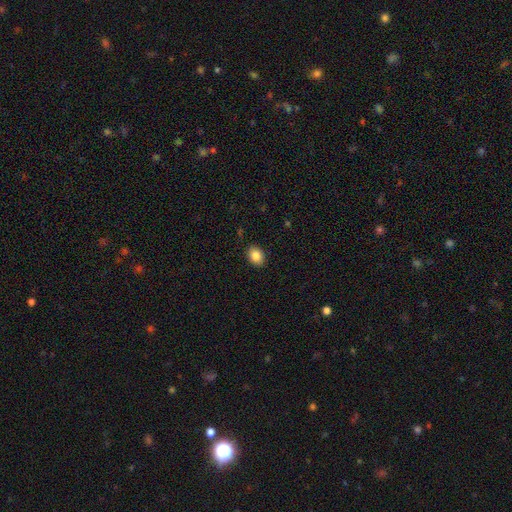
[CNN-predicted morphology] This appears to be a smooth galaxy with no disk features (85%) that is in between round and cigar-shaped (68%). Merging: none (89%).